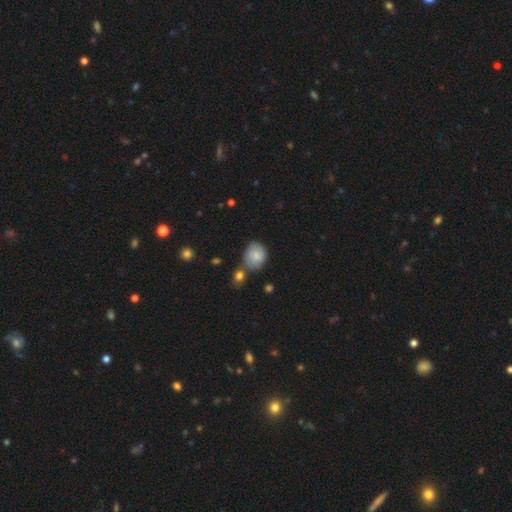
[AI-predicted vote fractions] smooth_or_featured: smooth (p=0.74) [alt: featured or disk p=0.18]
how_rounded: round (p=0.60) [alt: in between p=0.38]
merging: none (p=0.59) [alt: minor disturbance p=0.23]